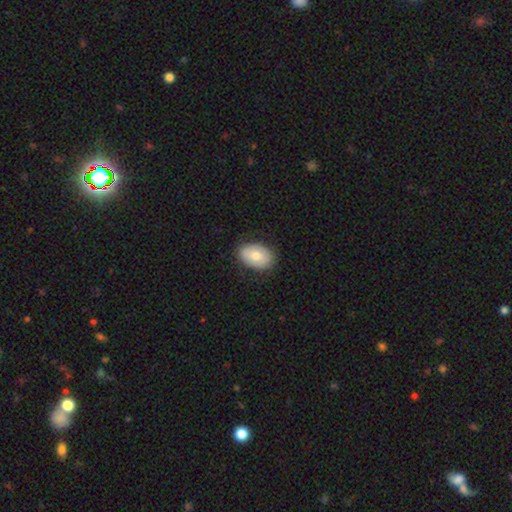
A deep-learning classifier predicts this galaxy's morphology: smooth 73%, featured or disk 21%, star or artifact 6%. Down the decision tree: how rounded — in between (84%); merging — none (81%).